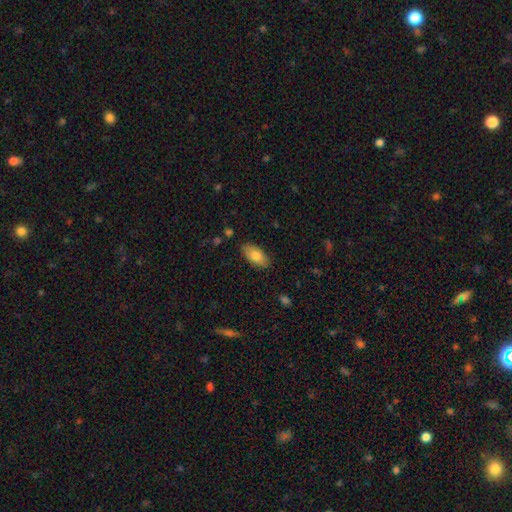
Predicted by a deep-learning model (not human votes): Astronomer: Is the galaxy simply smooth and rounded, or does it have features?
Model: smooth — 78%.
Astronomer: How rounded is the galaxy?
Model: in between — 92%.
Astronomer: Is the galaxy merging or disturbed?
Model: none — 86%.